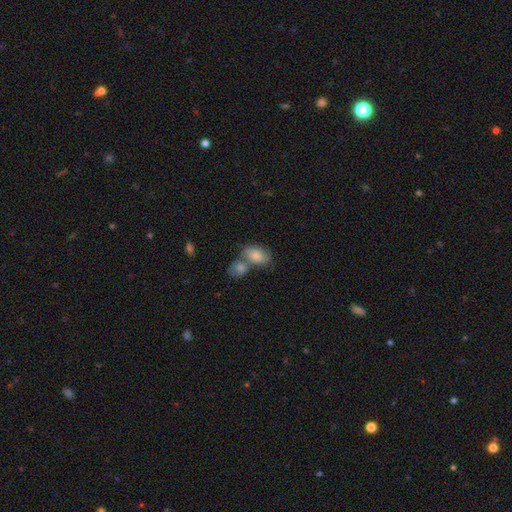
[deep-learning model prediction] Smooth or featured: smooth — 69% (featured or disk — 23%)
How rounded: in between — 84% (round — 14%)
Merging: merger — 54% (none — 28%)